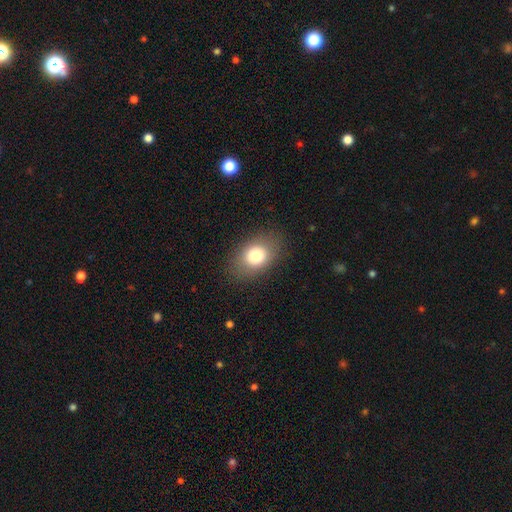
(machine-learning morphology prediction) Overall: smooth (78%). How rounded: in between (73%). Merging: none (85%).